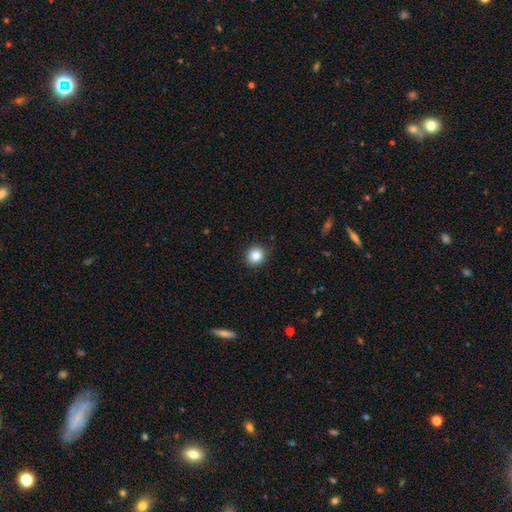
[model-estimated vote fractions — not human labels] smooth-or-featured: smooth: 85% | star or artifact: 10% | featured or disk: 5%
  how-rounded: round: 89% | in between: 10% | cigar-shaped: 1%
  merging: none: 89% | minor disturbance: 8% | major disturbance: 2% | merger: 1%